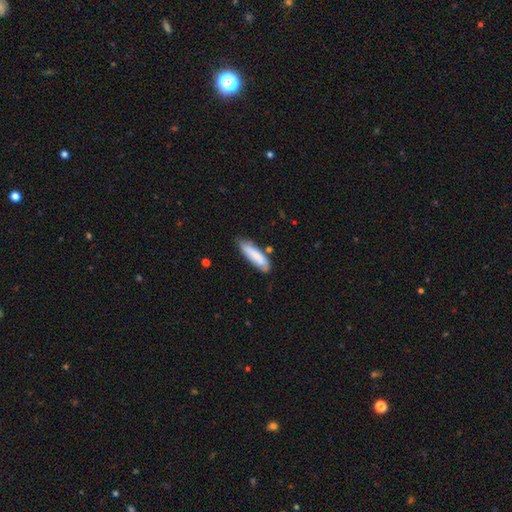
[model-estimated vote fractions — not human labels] This appears to be a smooth galaxy with no disk features (73%) that is cigar-shaped (59%). Merging: none (67%).